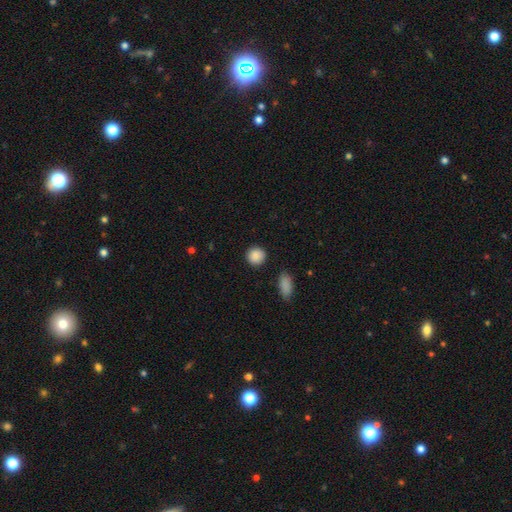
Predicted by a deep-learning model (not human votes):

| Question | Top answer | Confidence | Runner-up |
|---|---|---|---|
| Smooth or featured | smooth | 89% | star or artifact (8%) |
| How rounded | round | 90% | in between (9%) |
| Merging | none | 90% | minor disturbance (6%) |